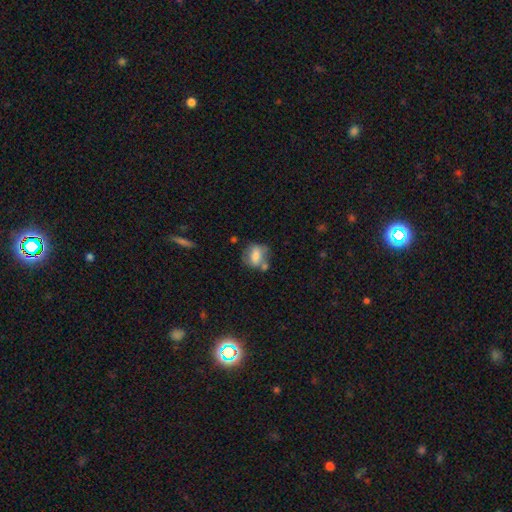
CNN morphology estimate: type=smooth (66%); roundness=in between (53%); merging=none (50%).